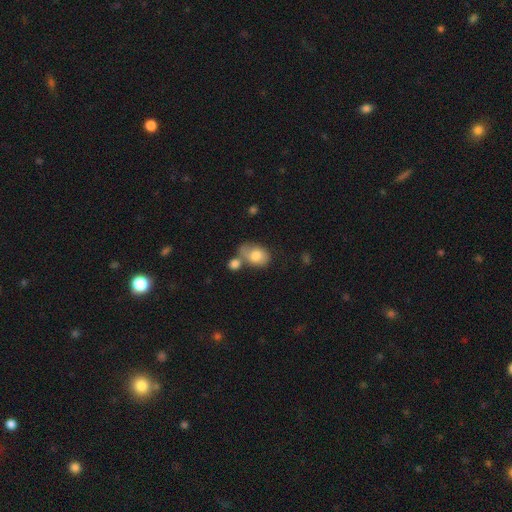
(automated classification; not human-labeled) smooth 74%, featured or disk 18%, star or artifact 8%. Down the decision tree: how rounded — in between (72%); merging — none (36%).